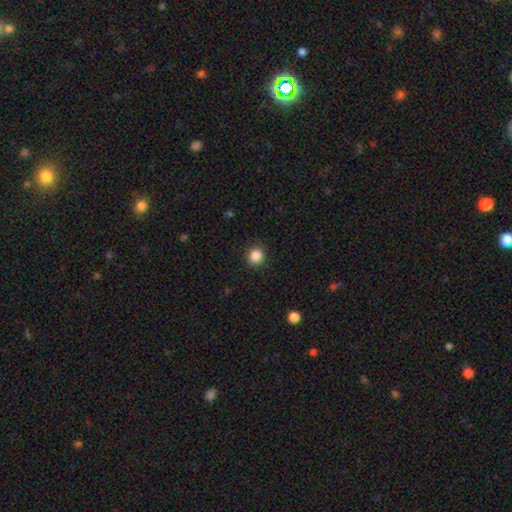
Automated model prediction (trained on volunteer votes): Smooth or featured? smooth (86%)
How rounded? round (88%)
Merging? none (91%)